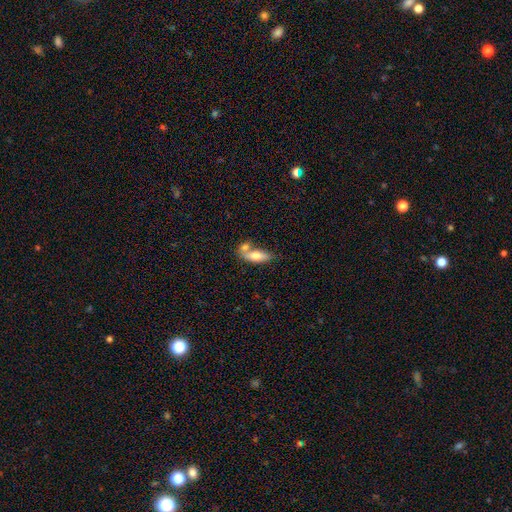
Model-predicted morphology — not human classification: smooth_or_featured: smooth (p=0.69) [alt: featured or disk p=0.24]
how_rounded: in between (p=0.71) [alt: cigar-shaped p=0.26]
merging: merger (p=0.45) [alt: none p=0.37]